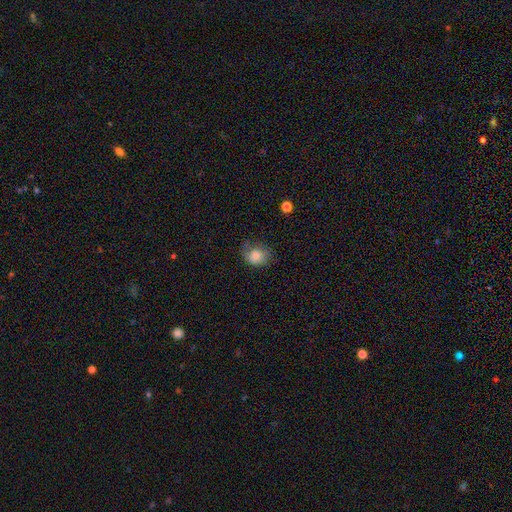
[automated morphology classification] Smooth or featured?
  - smooth: 81% *
  - featured or disk: 10%
  - star or artifact: 10%
How rounded?
  - round: 60% *
  - in between: 39%
  - cigar-shaped: 1%
Merging?
  - none: 54% *
  - minor disturbance: 31%
  - major disturbance: 13%
  - merger: 2%